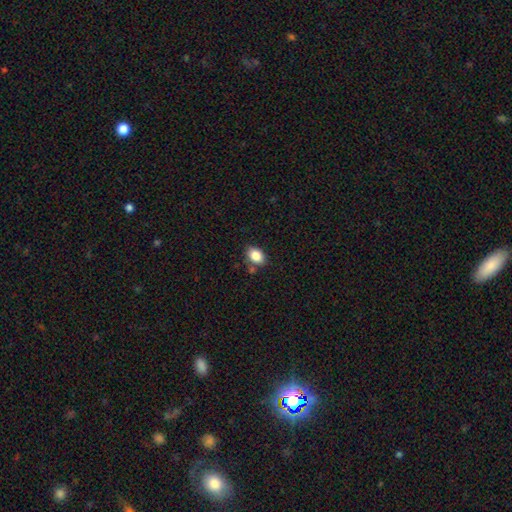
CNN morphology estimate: smooth_or_featured: smooth (p=0.85) [alt: star or artifact p=0.09]
how_rounded: in between (p=0.76) [alt: round p=0.23]
merging: none (p=0.75) [alt: minor disturbance p=0.15]